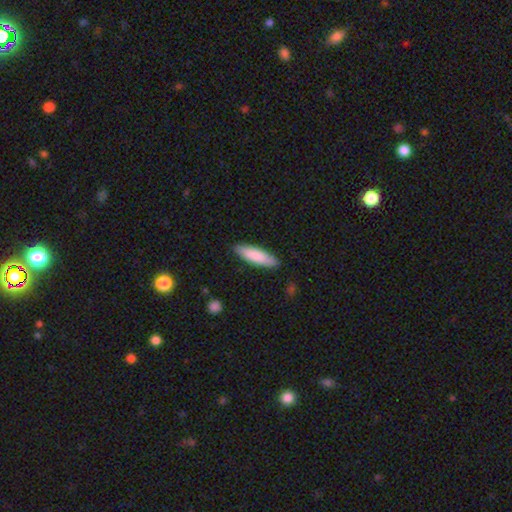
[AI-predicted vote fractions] Morphology: type=smooth (84%); roundness=cigar-shaped (61%); merging=none (87%).